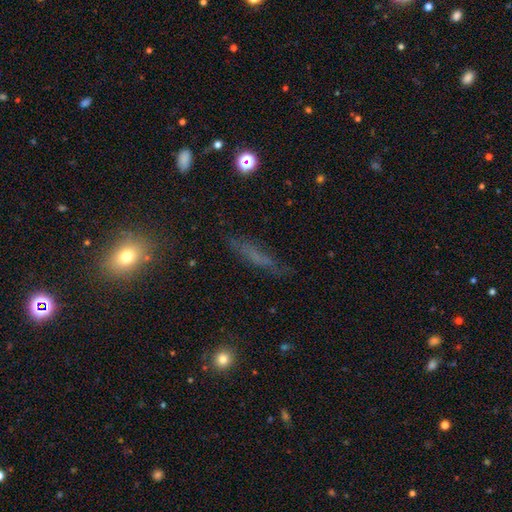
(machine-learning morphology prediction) Smooth or featured? smooth (46%)
Merging? none (73%)